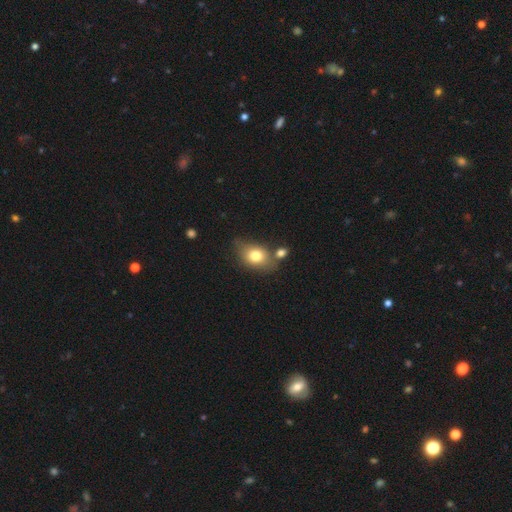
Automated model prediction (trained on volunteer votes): Overall: smooth (77%). How rounded: in between (74%). Merging: none (57%; merger 19%).